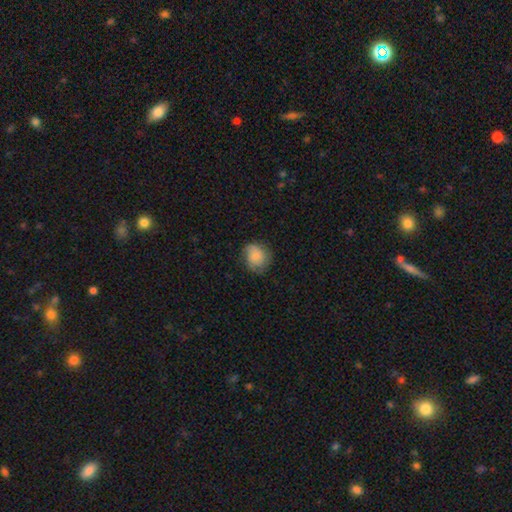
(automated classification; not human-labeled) Q: Smooth or featured?
A: smooth (74%); runner-up: featured or disk (18%)
Q: How rounded?
A: round (64%); runner-up: in between (35%)
Q: Merging?
A: none (66%); runner-up: minor disturbance (25%)